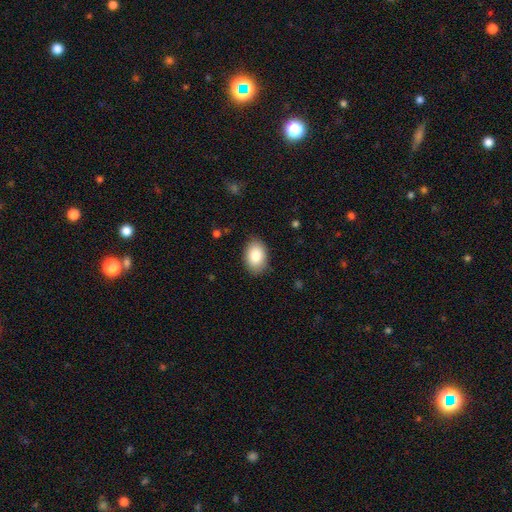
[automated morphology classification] smooth-or-featured: smooth: 85% | featured or disk: 8% | star or artifact: 7%
  how-rounded: in between: 88% | round: 11% | cigar-shaped: 1%
  merging: none: 86% | minor disturbance: 11% | major disturbance: 2% | merger: 1%